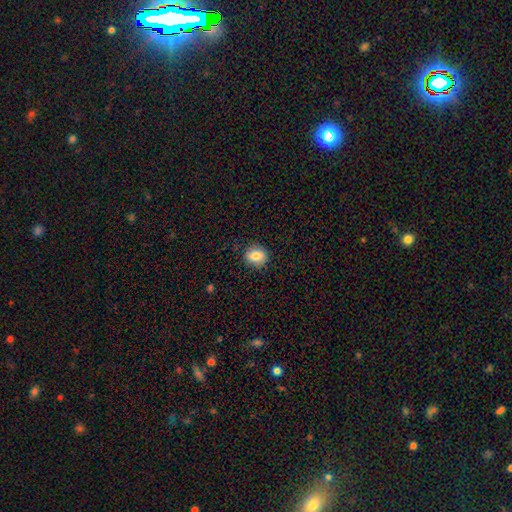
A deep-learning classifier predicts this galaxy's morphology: smooth-or-featured: smooth: 81% | featured or disk: 10% | star or artifact: 9%
  how-rounded: round: 67% | in between: 32% | cigar-shaped: 1%
  merging: none: 88% | minor disturbance: 9% | major disturbance: 2% | merger: 1%